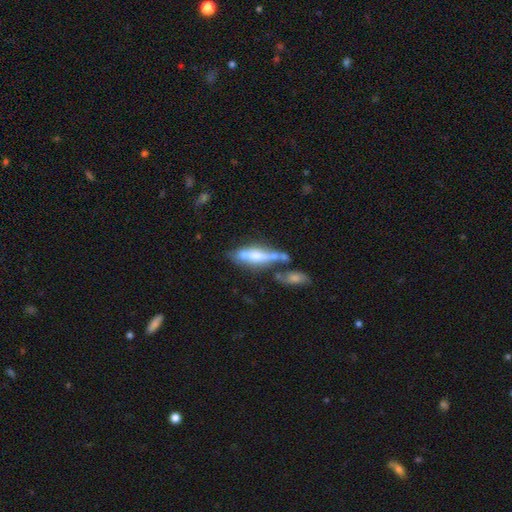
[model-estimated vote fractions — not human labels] A featured or disk galaxy (53%) viewed edge-on (69%). Merging: none (37%).